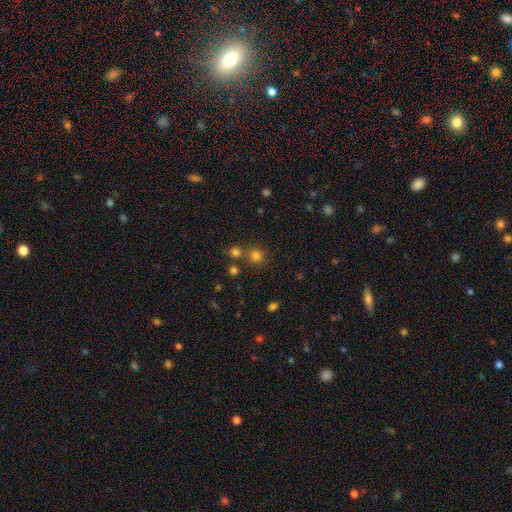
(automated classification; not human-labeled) This is likely a smooth galaxy (76%). How rounded: clearly round (91%). Merging: likely none (71%).